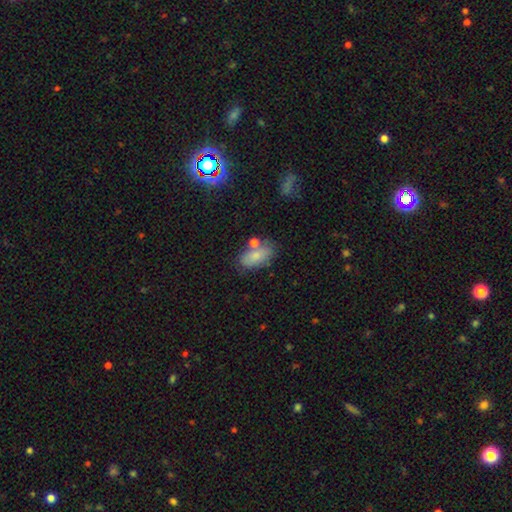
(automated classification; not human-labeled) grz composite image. It shows a smooth galaxy with no disk features (78%) that is in between round and cigar-shaped (91%). Merging: none (61%).